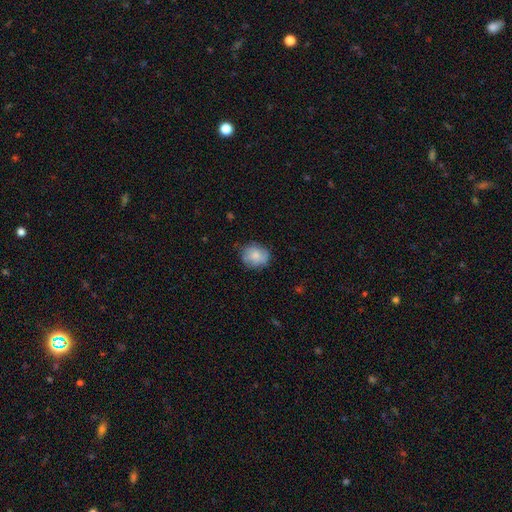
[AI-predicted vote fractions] Q: Smooth or featured?
A: smooth (77%); runner-up: featured or disk (16%)
Q: How rounded?
A: round (67%); runner-up: in between (32%)
Q: Merging?
A: none (75%); runner-up: minor disturbance (20%)